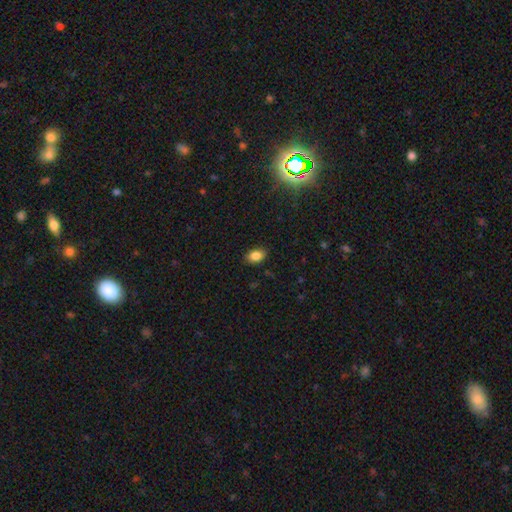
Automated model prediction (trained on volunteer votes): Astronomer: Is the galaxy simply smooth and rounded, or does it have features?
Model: smooth — 85%.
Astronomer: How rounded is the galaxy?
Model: in between — 83%.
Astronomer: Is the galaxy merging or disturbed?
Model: none — 81%.